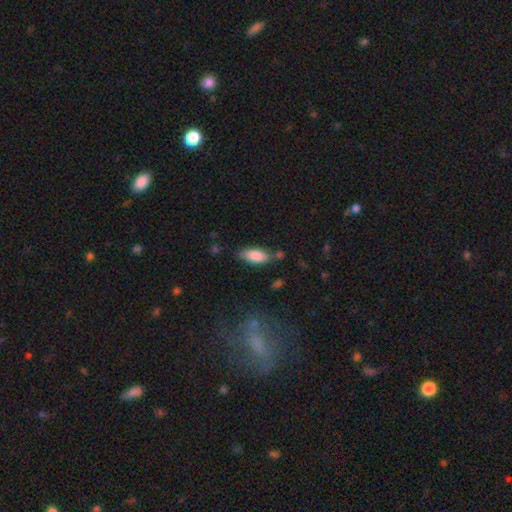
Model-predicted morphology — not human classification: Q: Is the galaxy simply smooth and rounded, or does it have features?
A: smooth — 84%.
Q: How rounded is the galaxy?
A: in between — 82%.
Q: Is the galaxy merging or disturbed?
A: none — 73%.